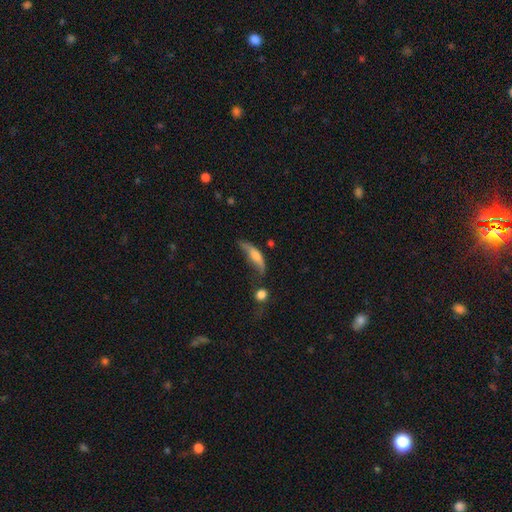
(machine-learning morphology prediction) Smooth or featured: smooth — 55% (featured or disk — 37%)
How rounded: cigar-shaped — 60% (in between — 37%)
Merging: none — 31% (minor disturbance — 29%)